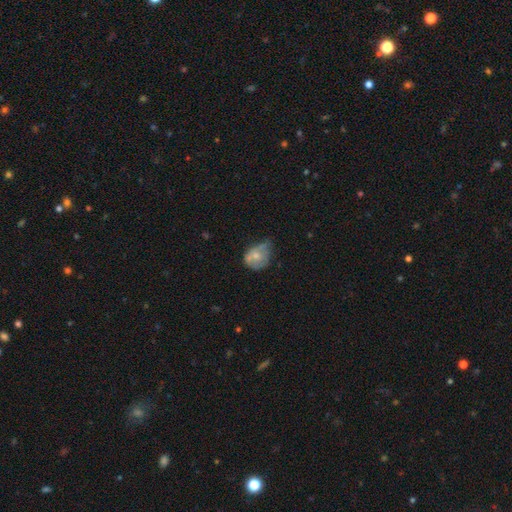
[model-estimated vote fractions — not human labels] This appears to be a smooth galaxy with no disk features (60%) that is in between round and cigar-shaped (50%). Merging: minor disturbance (44%).